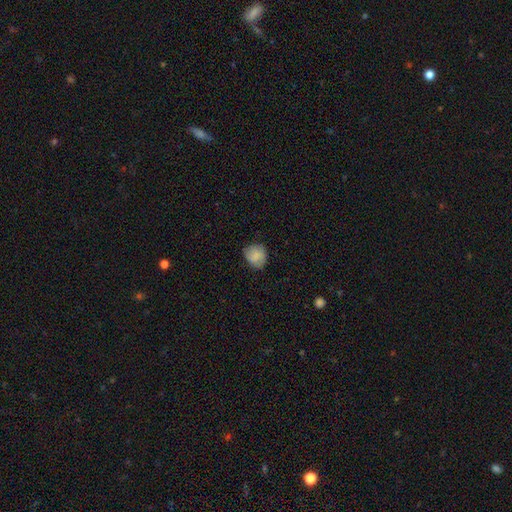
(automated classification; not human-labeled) Overall: smooth (83%). How rounded: round (76%). Merging: none (74%).